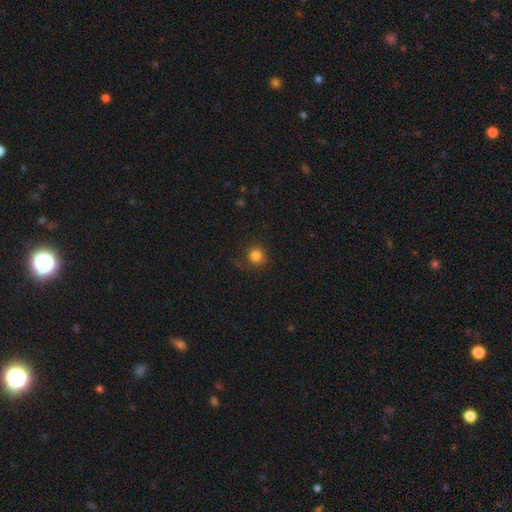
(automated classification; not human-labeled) Smooth or featured? Predicted: smooth (p=0.83). How rounded? Predicted: round (p=0.91). Merging? Predicted: none (p=0.83).